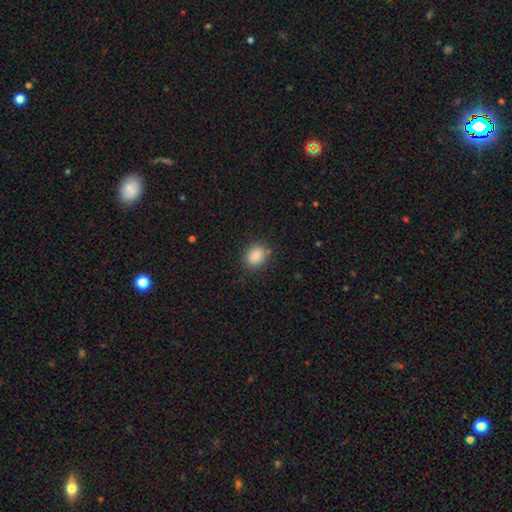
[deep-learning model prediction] Smooth or featured?
  - smooth: 87% *
  - star or artifact: 9%
  - featured or disk: 3%
How rounded?
  - round: 57% *
  - in between: 42%
  - cigar-shaped: 1%
Merging?
  - none: 83% *
  - minor disturbance: 11%
  - major disturbance: 4%
  - merger: 2%